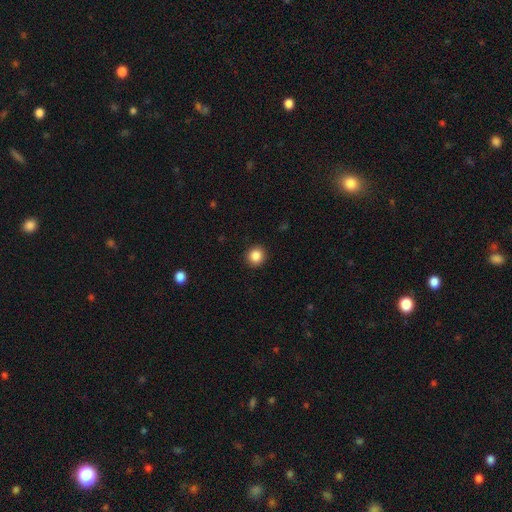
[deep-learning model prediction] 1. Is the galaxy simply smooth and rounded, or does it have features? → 86% smooth, 10% star or artifact, 4% featured or disk.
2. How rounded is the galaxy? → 91% round, 8% in between, 1% cigar-shaped.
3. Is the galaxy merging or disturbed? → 92% none, 5% minor disturbance, 2% major disturbance, 1% merger.